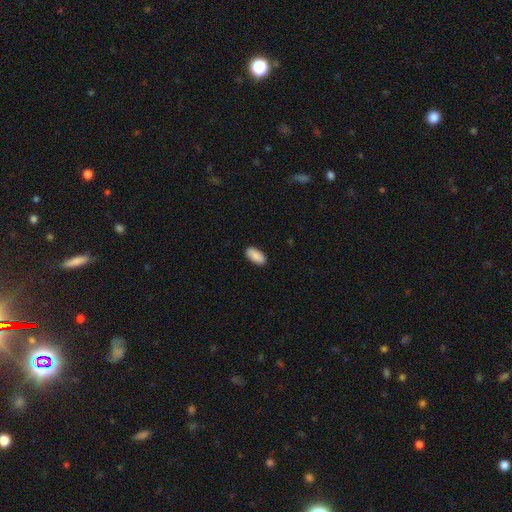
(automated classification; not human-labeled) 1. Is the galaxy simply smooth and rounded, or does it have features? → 89% smooth, 6% star or artifact, 5% featured or disk.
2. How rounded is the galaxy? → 93% in between, 5% cigar-shaped, 2% round.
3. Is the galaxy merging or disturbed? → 90% none, 8% minor disturbance, 2% major disturbance, 1% merger.